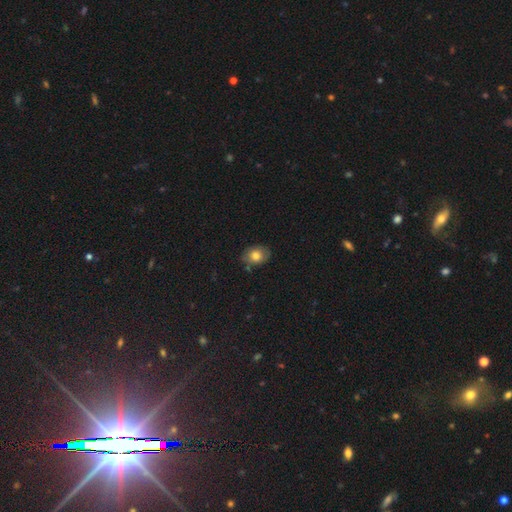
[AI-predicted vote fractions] This appears to be a smooth galaxy with no disk features (74%) that is in between round and cigar-shaped (59%). Merging: none (73%).